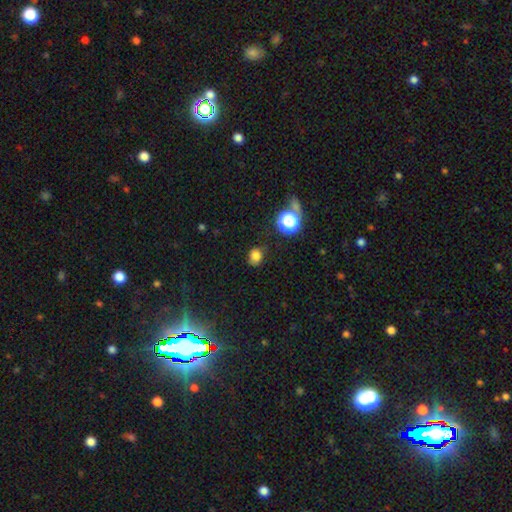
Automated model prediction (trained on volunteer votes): This is likely a smooth galaxy (77%). How rounded: possibly round (59%). Merging: likely none (70%).